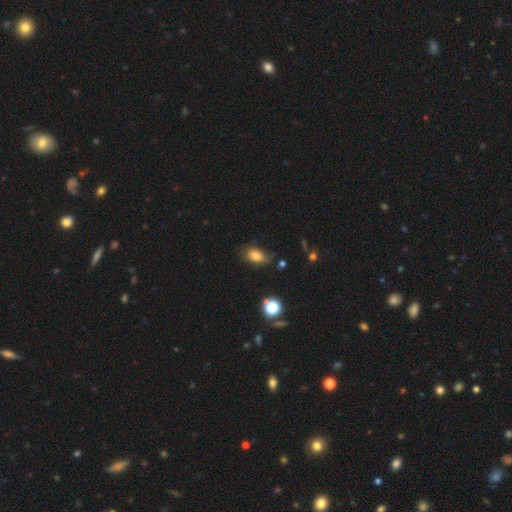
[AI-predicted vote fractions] Smooth or featured? Predicted: smooth (p=0.79). How rounded? Predicted: in between (p=0.84). Merging? Predicted: none (p=0.63).